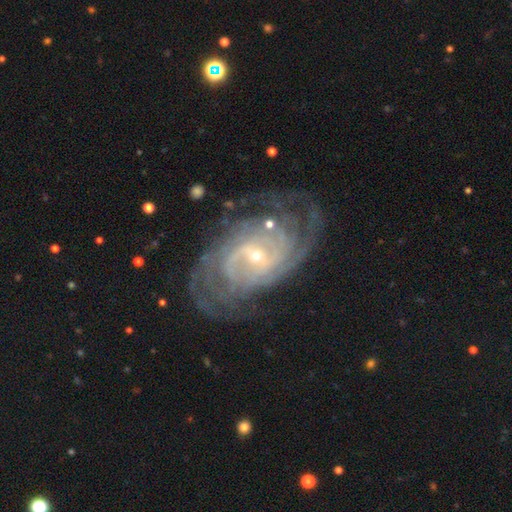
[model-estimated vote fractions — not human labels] This appears to be a featured or disk galaxy (89%) with no bar (46%), tight (67%) spiral arms (97%) and a small central bulge (75%). Merging: none (69%).